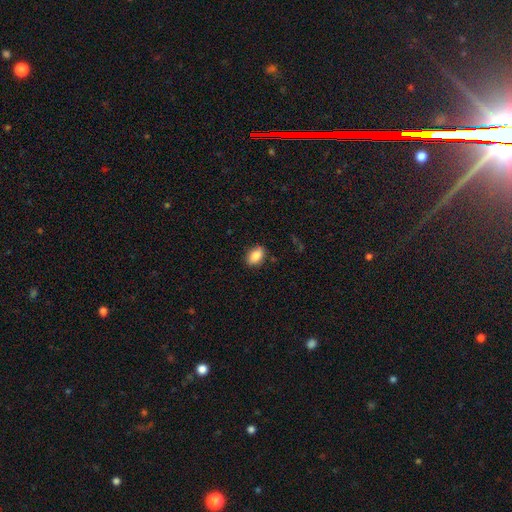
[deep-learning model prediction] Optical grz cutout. It shows a smooth galaxy with no disk features (87%) that is in between round and cigar-shaped (88%). Merging: none (86%).